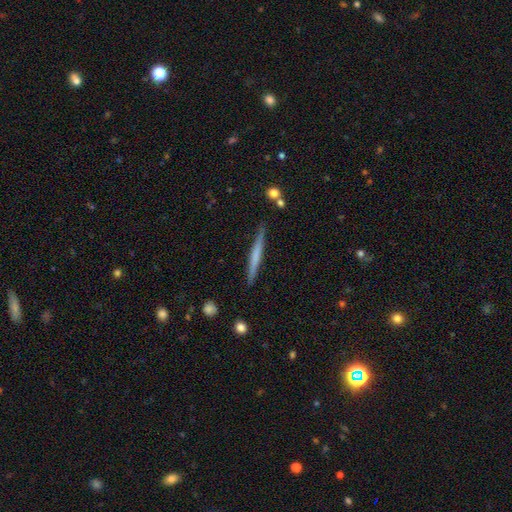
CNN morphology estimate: Overall: smooth (49%; featured or disk 45%). Merging: none (89%).